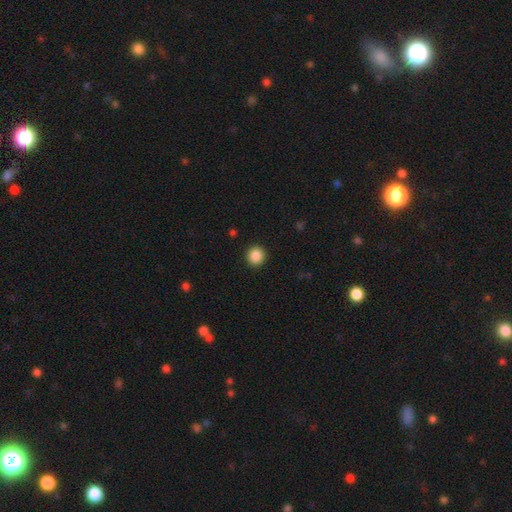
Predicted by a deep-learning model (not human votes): smooth-or-featured: smooth: 88% | star or artifact: 9% | featured or disk: 3%
  how-rounded: round: 93% | in between: 6% | cigar-shaped: 1%
  merging: none: 93% | minor disturbance: 5% | major disturbance: 2% | merger: 1%